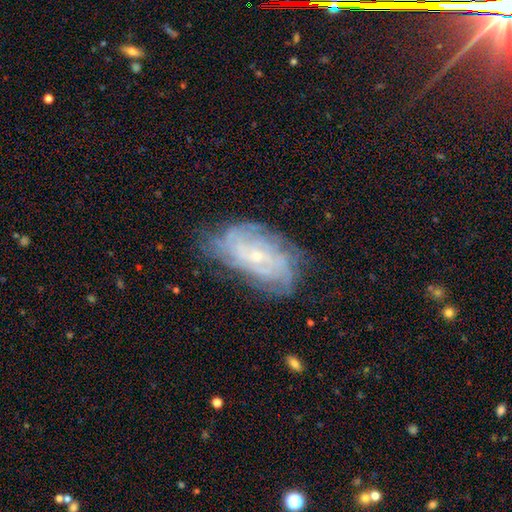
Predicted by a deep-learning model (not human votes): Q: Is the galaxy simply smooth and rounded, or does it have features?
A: featured or disk — 77%.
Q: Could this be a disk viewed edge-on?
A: no — 94%.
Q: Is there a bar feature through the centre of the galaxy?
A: no — 61%.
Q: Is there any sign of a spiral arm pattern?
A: yes — 90%.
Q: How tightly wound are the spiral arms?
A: tight — 65%.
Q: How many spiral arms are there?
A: can't tell — 49%.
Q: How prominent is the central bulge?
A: small — 78%.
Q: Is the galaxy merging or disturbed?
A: none — 68%.